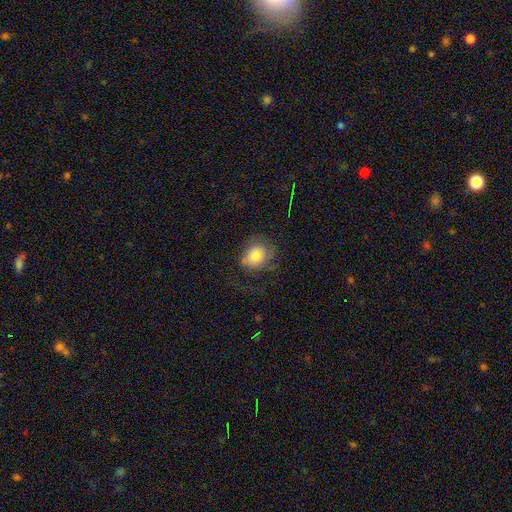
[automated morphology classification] smooth 68%, featured or disk 22%, star or artifact 9%. Down the decision tree: how rounded — round (62%); merging — none (52%).